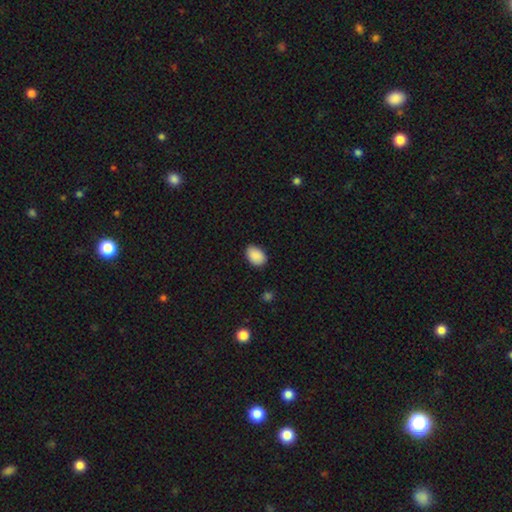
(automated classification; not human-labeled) Smooth or featured? smooth (90%)
How rounded? in between (85%)
Merging? none (86%)